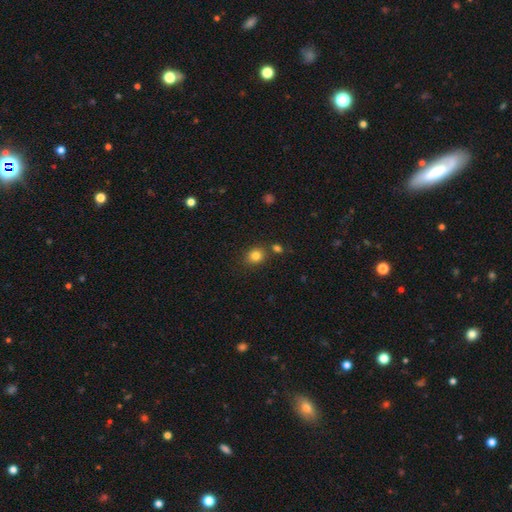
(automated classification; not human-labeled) smooth 82%, star or artifact 12%, featured or disk 6%. Down the decision tree: how rounded — round (67%); merging — none (77%).